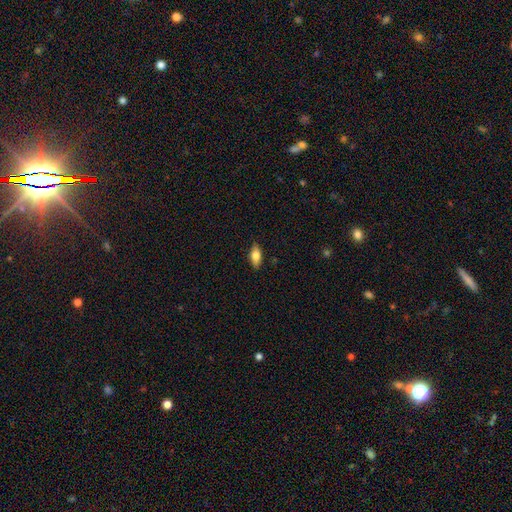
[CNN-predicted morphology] Overall: smooth (73%). How rounded: in between (83%). Merging: none (87%).